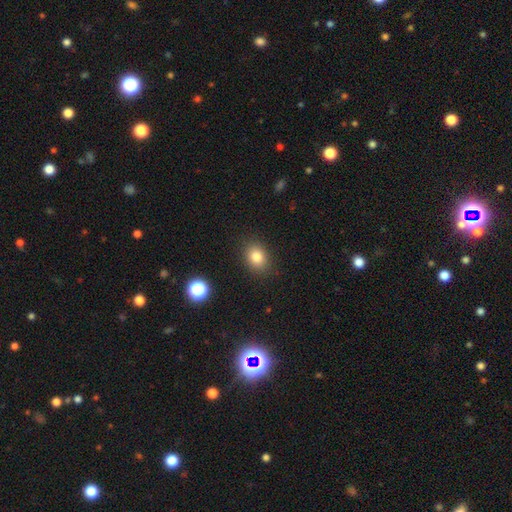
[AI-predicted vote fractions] Smooth or featured: smooth — 81% (star or artifact — 12%)
How rounded: in between — 50% (round — 49%)
Merging: none — 87% (minor disturbance — 9%)